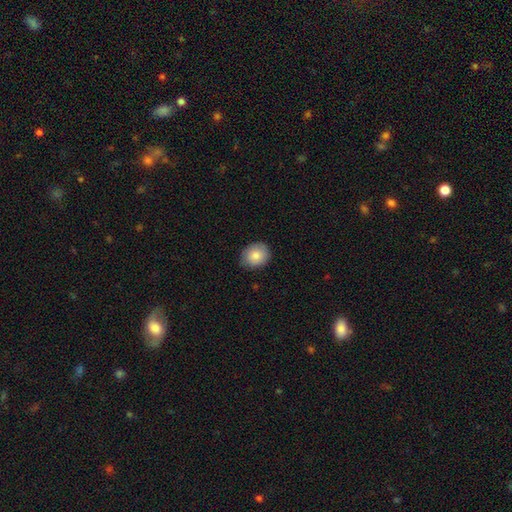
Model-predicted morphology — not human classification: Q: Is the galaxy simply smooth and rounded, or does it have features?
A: smooth — 84%.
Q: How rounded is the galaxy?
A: round — 61%.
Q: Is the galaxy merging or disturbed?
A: none — 81%.